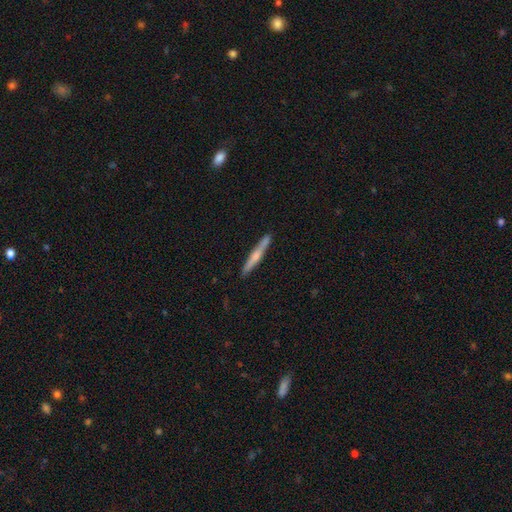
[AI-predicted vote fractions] A featured or disk galaxy (51%) viewed edge-on (97%). Merging: none (89%).